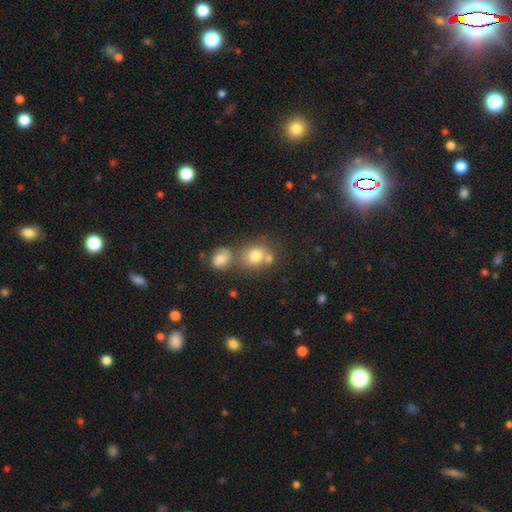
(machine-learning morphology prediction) type=smooth (76%); roundness=round (75%); merging=none (49%).